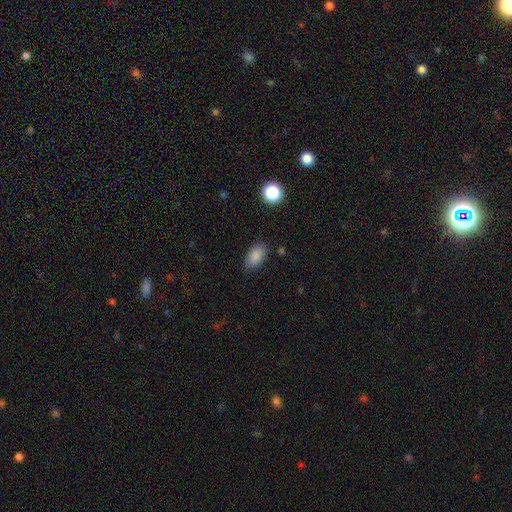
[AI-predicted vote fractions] This appears to be a smooth galaxy with no disk features (86%) that is in between round and cigar-shaped (91%). Merging: none (81%).